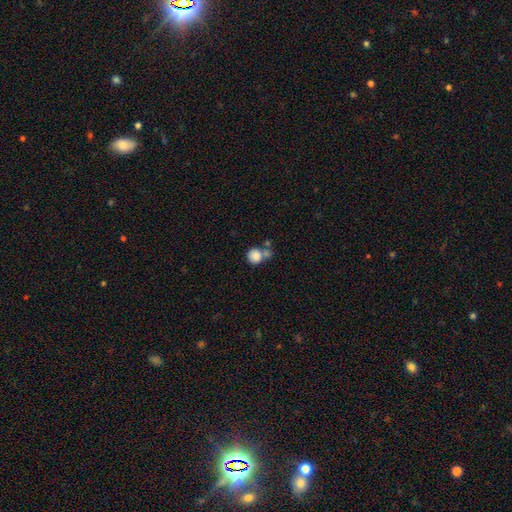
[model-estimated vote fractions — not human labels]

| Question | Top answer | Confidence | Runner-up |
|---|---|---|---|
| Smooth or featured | smooth | 84% | star or artifact (9%) |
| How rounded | round | 85% | in between (14%) |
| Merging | none | 41% | merger (40%) |